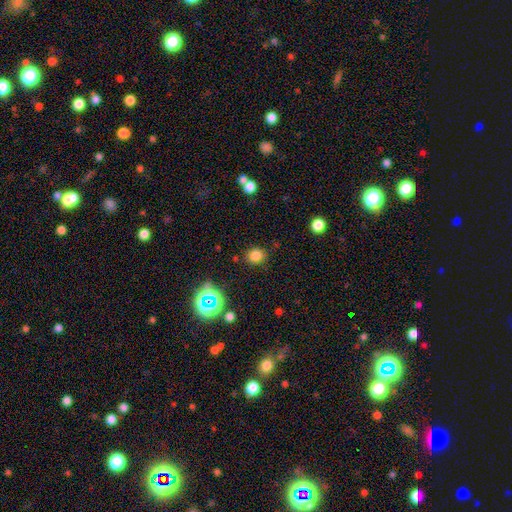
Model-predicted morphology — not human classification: Smooth or featured? Predicted: smooth (p=0.78). How rounded? Predicted: round (p=0.80). Merging? Predicted: none (p=0.86).